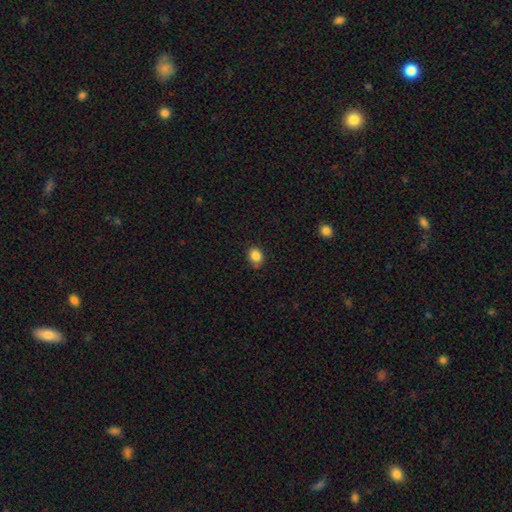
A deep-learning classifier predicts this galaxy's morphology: A smooth galaxy with no disk features (85%) that is round (54%).

Vote fractions:
- Smooth or featured? smooth: 85% / star or artifact: 10% / featured or disk: 4%
- How rounded? round: 54% / in between: 45% / cigar-shaped: 1%
- Merging? none: 75% / minor disturbance: 20% / major disturbance: 3% / merger: 1%